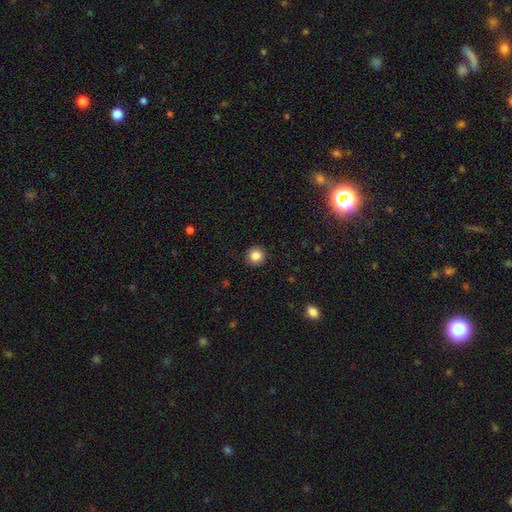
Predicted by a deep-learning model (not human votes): A smooth galaxy with no disk features (85%) that is round (94%).

Vote fractions:
- Smooth or featured? smooth: 85% / star or artifact: 10% / featured or disk: 5%
- How rounded? round: 94% / in between: 5% / cigar-shaped: 1%
- Merging? none: 91% / minor disturbance: 6% / major disturbance: 2% / merger: 1%